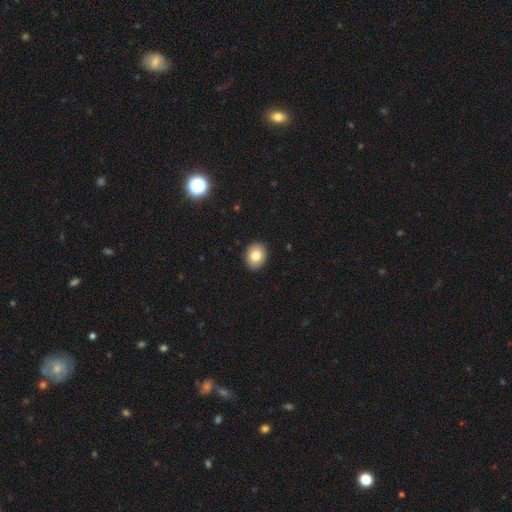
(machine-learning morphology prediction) This appears to be a smooth galaxy with no disk features (79%) that is round (59%). Merging: none (91%).